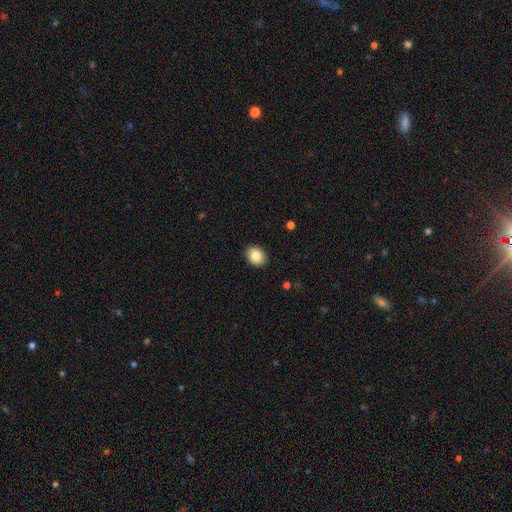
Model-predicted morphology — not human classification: A smooth galaxy with no disk features (85%) that is in between round and cigar-shaped (53%). Merging: none (90%).